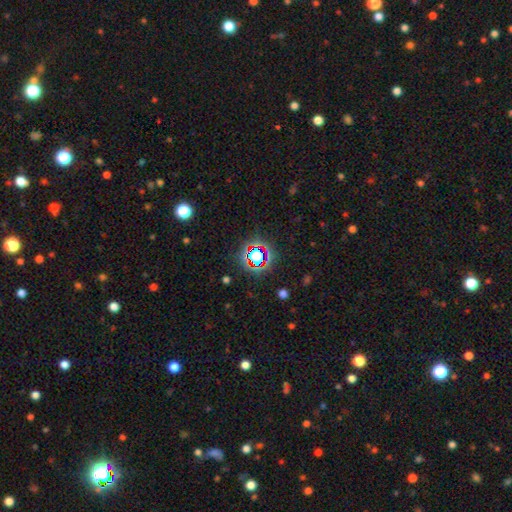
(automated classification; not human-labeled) Smooth or featured: star or artifact — 67% (smooth — 22%)